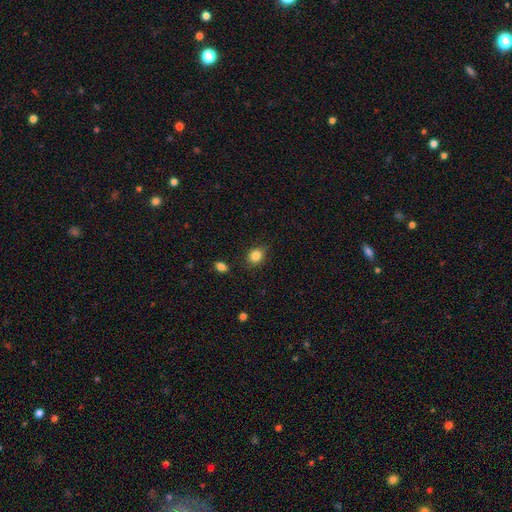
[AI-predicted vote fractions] Smooth or featured? Predicted: smooth (p=0.84). How rounded? Predicted: round (p=0.56). Merging? Predicted: none (p=0.79).